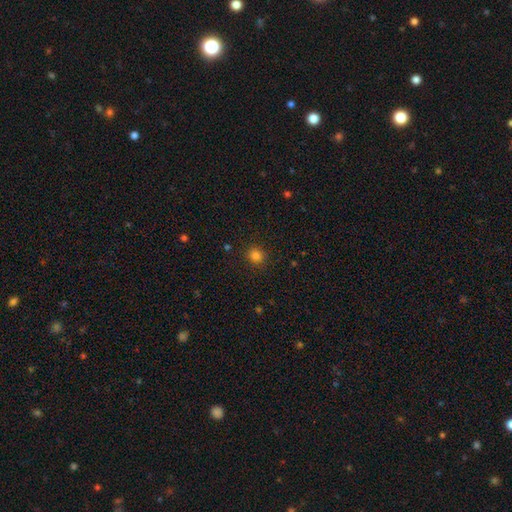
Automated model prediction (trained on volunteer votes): This is clearly a smooth galaxy (82%). How rounded: clearly round (85%). Merging: clearly none (88%).